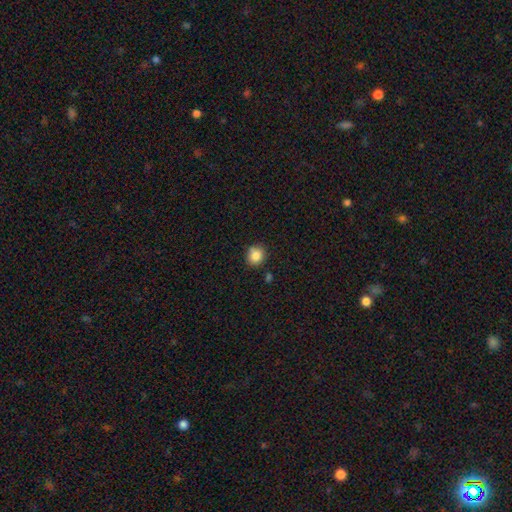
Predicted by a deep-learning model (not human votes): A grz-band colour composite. It shows a smooth galaxy with no disk features (85%) that is round (88%). Merging: none (80%).